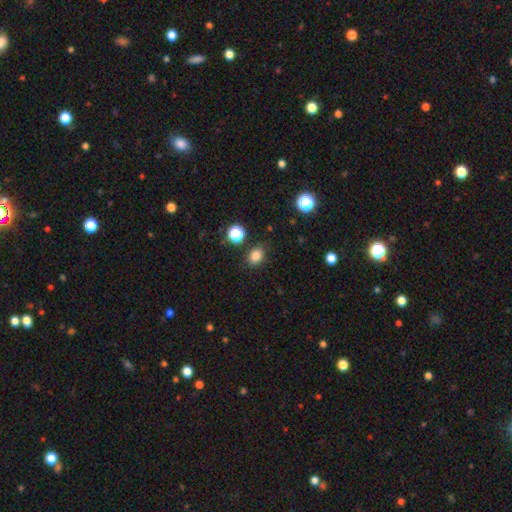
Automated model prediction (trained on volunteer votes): smooth_or_featured: smooth (p=0.82) [alt: star or artifact p=0.14]
how_rounded: round (p=0.52) [alt: in between p=0.47]
merging: none (p=0.82) [alt: minor disturbance p=0.11]